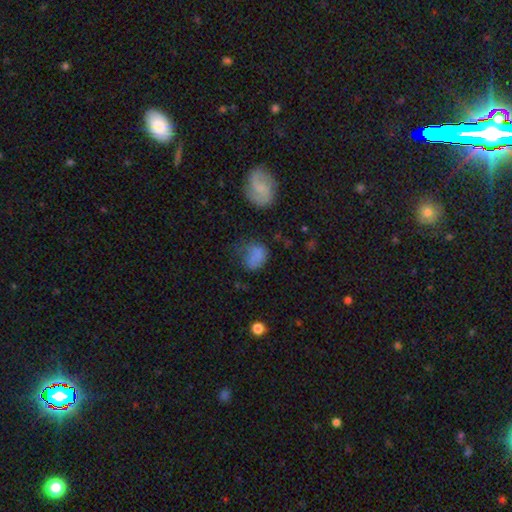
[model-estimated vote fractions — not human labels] The model was most divided on "merging": none: 39%, minor disturbance: 30%, major disturbance: 27%, merger: 5%. More confident: smooth or featured — smooth (71%); how rounded — in between (55%).